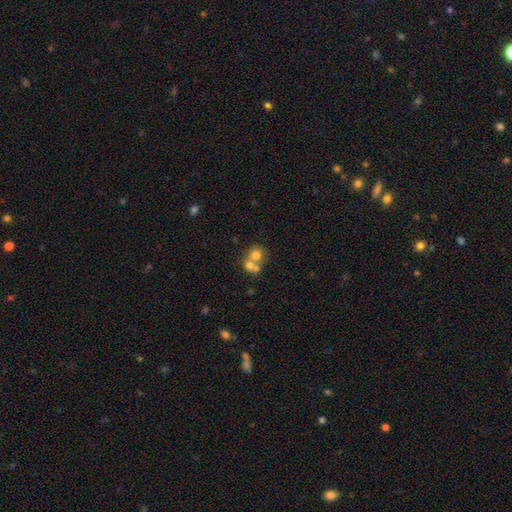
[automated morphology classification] The model was most divided on "merging": merger: 59%, none: 32%, minor disturbance: 6%, major disturbance: 3%. More confident: how rounded — round (77%); smooth or featured — smooth (65%).